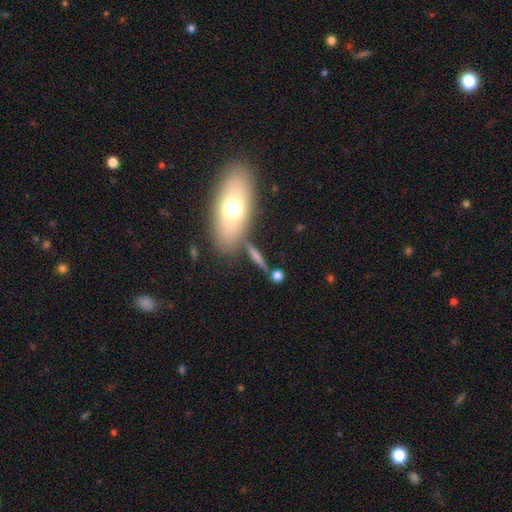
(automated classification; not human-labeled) smooth 63%, featured or disk 28%, star or artifact 9%. Down the decision tree: how rounded — in between (76%); merging — none (77%).